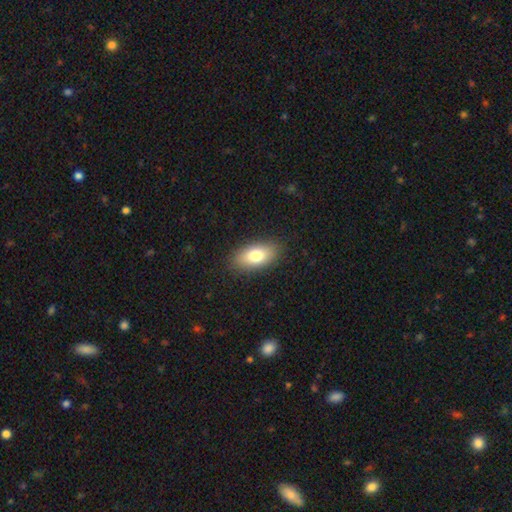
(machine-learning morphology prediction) A smooth galaxy with no disk features (77%) that is in between round and cigar-shaped (89%).

Vote fractions:
- Smooth or featured? smooth: 77% / featured or disk: 15% / star or artifact: 8%
- How rounded? in between: 89% / cigar-shaped: 6% / round: 5%
- Merging? none: 87% / minor disturbance: 10% / major disturbance: 3% / merger: 1%